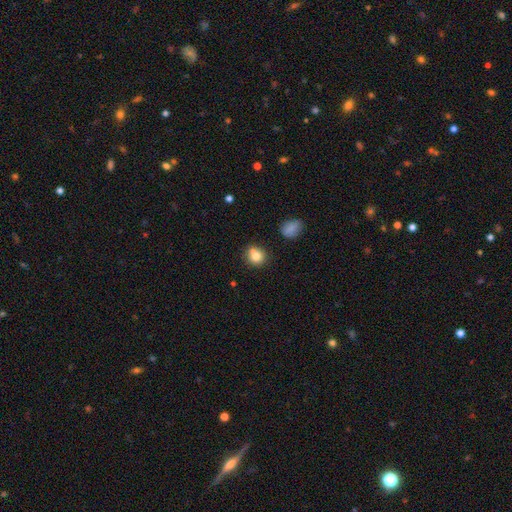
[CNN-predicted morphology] Smooth or featured?
  - smooth: 80% *
  - star or artifact: 11%
  - featured or disk: 9%
How rounded?
  - round: 79% *
  - in between: 20%
  - cigar-shaped: 1%
Merging?
  - none: 65% *
  - minor disturbance: 17%
  - merger: 13%
  - major disturbance: 4%